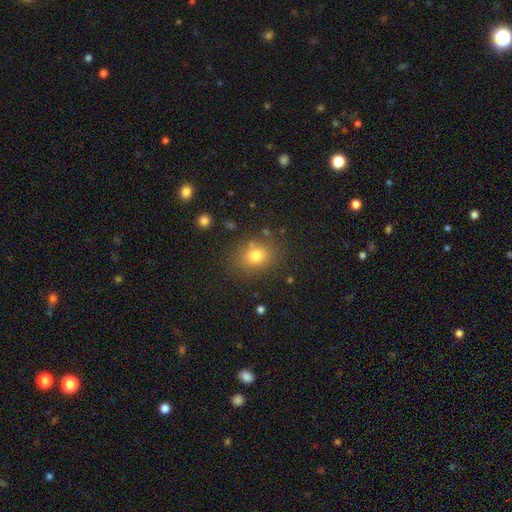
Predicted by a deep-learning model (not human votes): Smooth or featured?
  - smooth: 76% *
  - star or artifact: 14%
  - featured or disk: 9%
How rounded?
  - round: 51% *
  - in between: 48%
  - cigar-shaped: 1%
Merging?
  - none: 80% *
  - minor disturbance: 12%
  - merger: 4%
  - major disturbance: 4%